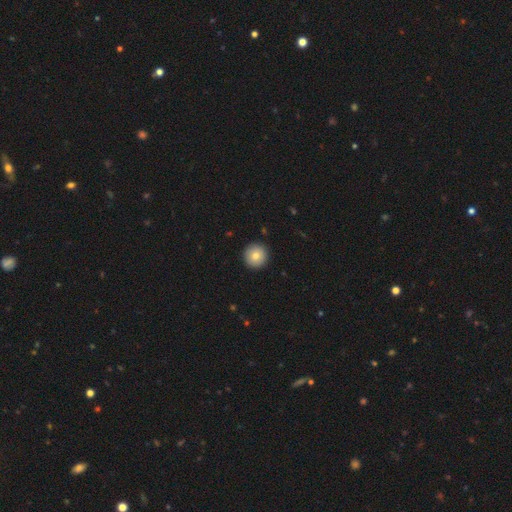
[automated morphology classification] Smooth or featured? smooth (79%)
How rounded? round (96%)
Merging? none (93%)